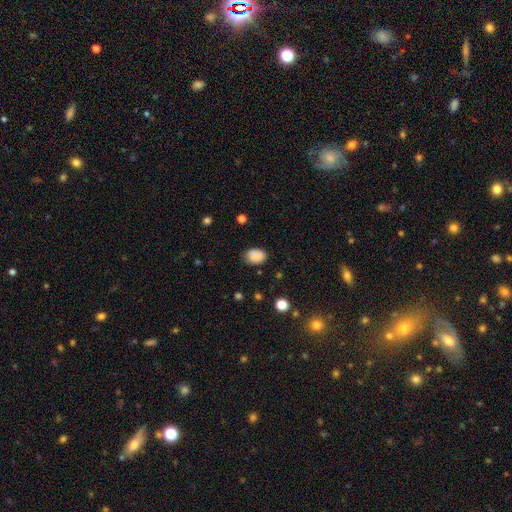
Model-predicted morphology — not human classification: smooth-or-featured: smooth: 88% | star or artifact: 8% | featured or disk: 4%
  how-rounded: in between: 76% | round: 23% | cigar-shaped: 1%
  merging: none: 80% | minor disturbance: 15% | major disturbance: 3% | merger: 1%